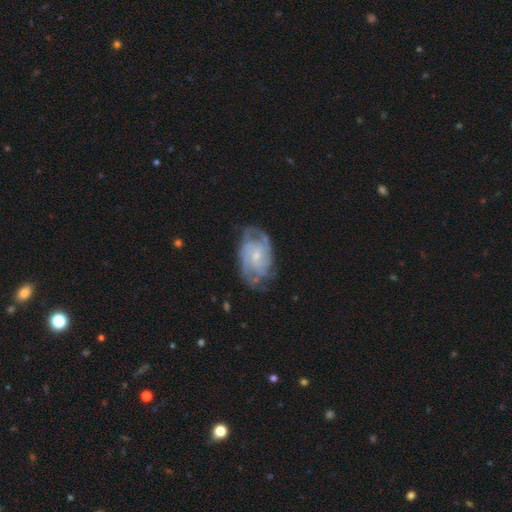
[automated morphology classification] Smooth or featured? featured or disk (80%)
Edge-on disk? no (97%)
Bar? no (64%)
Spiral arms? yes (91%)
Spiral winding? tight (48%)
Spiral arm count? 2 (35%)
Bulge size? small (67%)
Merging? none (65%)